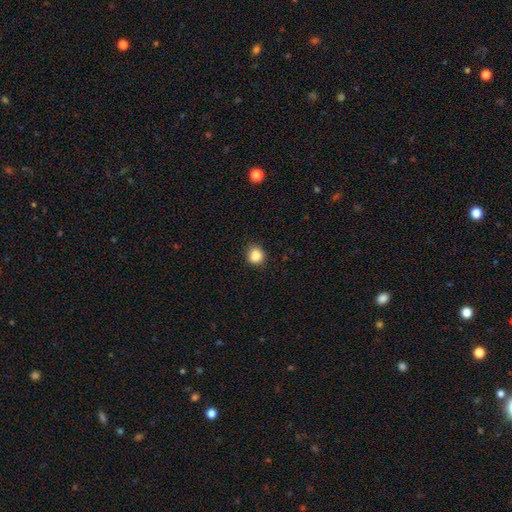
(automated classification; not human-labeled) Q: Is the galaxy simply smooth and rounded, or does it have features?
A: smooth — 87%.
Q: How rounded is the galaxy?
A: round — 82%.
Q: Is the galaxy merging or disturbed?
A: none — 80%.